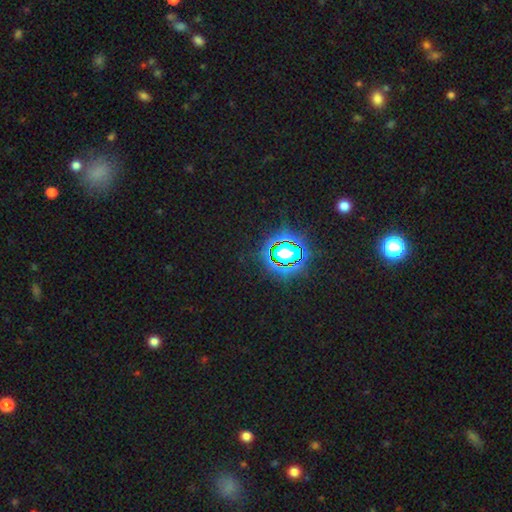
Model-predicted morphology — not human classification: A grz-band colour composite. It shows a star or artifact, not a galaxy (80%).